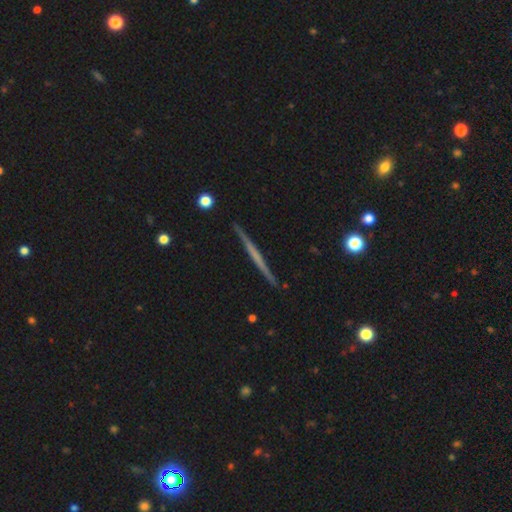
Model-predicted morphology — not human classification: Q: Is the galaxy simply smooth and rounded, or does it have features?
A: featured or disk — 64%.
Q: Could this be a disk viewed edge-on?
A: yes — 98%.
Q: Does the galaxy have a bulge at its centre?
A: none — 85%.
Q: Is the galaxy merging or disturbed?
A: none — 92%.